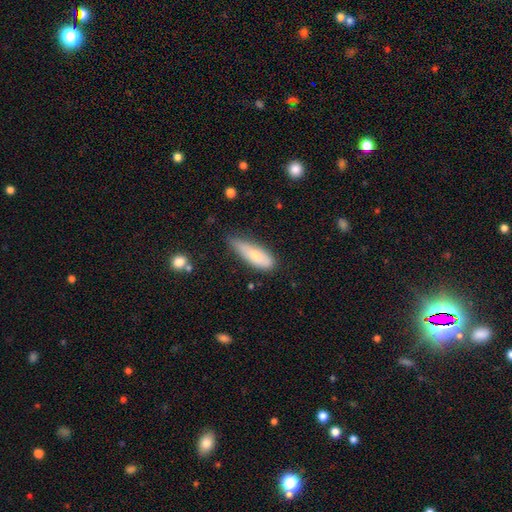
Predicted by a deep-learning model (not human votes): Overall: smooth (72%). How rounded: in between (59%; cigar-shaped 39%). Merging: none (43%; minor disturbance 42%).